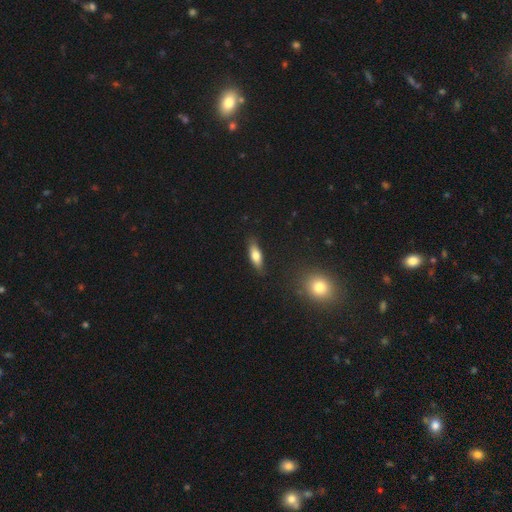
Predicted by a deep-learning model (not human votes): Smooth or featured? smooth (70%)
How rounded? in between (59%)
Merging? none (84%)